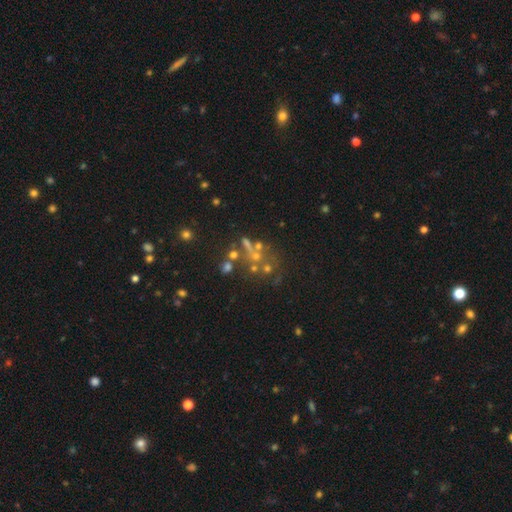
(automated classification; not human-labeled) A star or artifact, not a galaxy (38%).